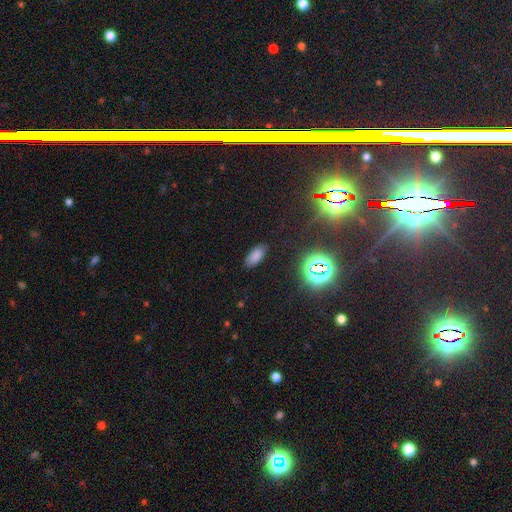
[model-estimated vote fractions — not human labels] This appears to be a smooth galaxy with no disk features (75%) that is in between round and cigar-shaped (90%). Merging: none (85%).